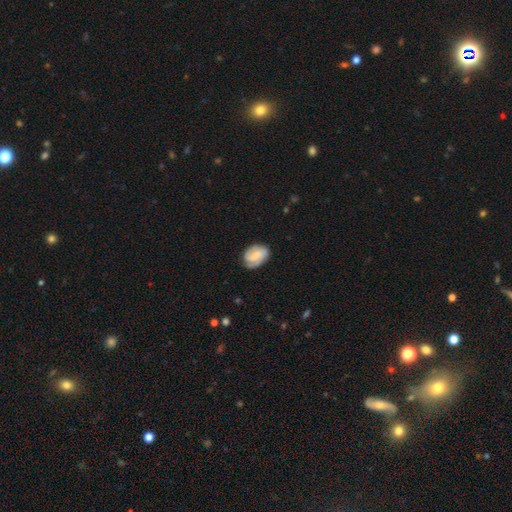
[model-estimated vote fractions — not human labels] smooth_or_featured: featured or disk (p=0.68) [alt: smooth p=0.26]
disk_edge_on: no (p=0.97) [alt: yes p=0.03]
bar: weak (p=0.49) [alt: strong p=0.26]
has_spiral_arms: yes (p=0.92) [alt: no p=0.08]
spiral_winding: tight (p=0.45) [alt: medium p=0.40]
spiral_arm_count: 2 (p=0.68) [alt: can't tell p=0.12]
bulge_size: small (p=0.39) [alt: none p=0.28]
merging: none (p=0.75) [alt: minor disturbance p=0.18]